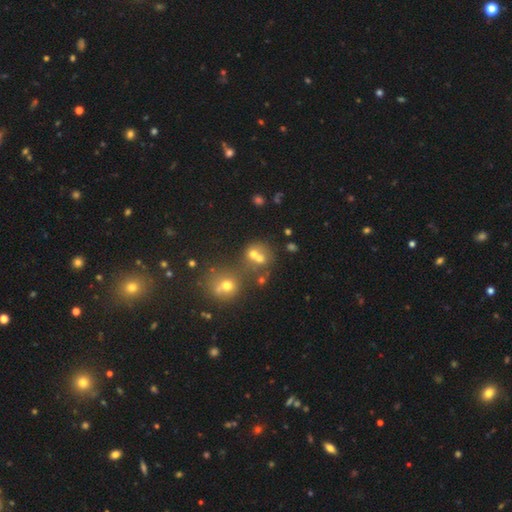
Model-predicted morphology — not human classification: This is likely a smooth galaxy (60%). How rounded: likely round (69%). Merging: possibly merger (54%).